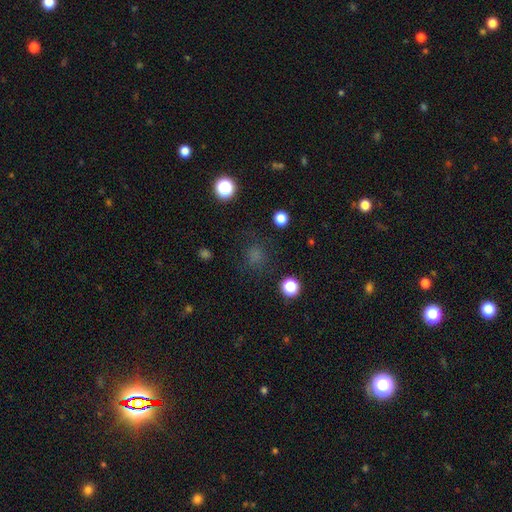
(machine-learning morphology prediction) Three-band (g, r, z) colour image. It shows a smooth galaxy with no disk features (65%) that is round (88%). Merging: none (79%).